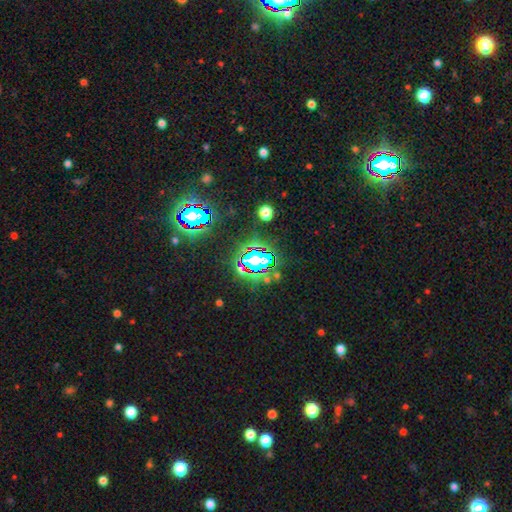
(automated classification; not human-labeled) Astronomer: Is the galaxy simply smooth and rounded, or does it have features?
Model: star or artifact — 71%.